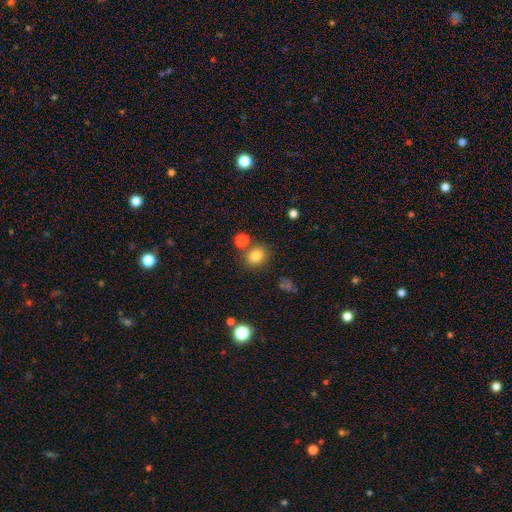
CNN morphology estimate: Smooth or featured?
  - smooth: 81% *
  - star or artifact: 13%
  - featured or disk: 6%
How rounded?
  - round: 73% *
  - in between: 26%
  - cigar-shaped: 1%
Merging?
  - none: 75% *
  - merger: 11%
  - minor disturbance: 10%
  - major disturbance: 4%